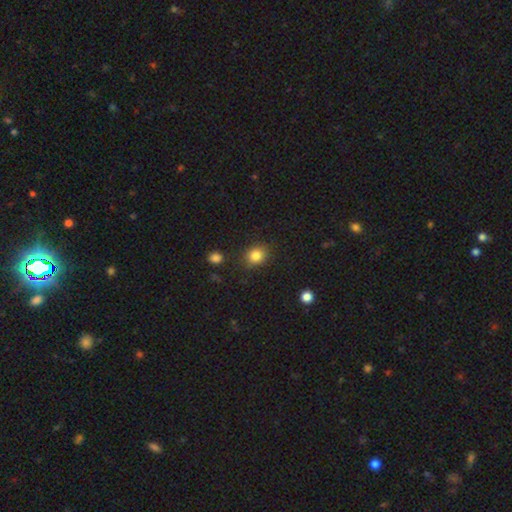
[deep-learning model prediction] smooth 84%, star or artifact 11%, featured or disk 6%. Down the decision tree: how rounded — round (68%); merging — none (84%).